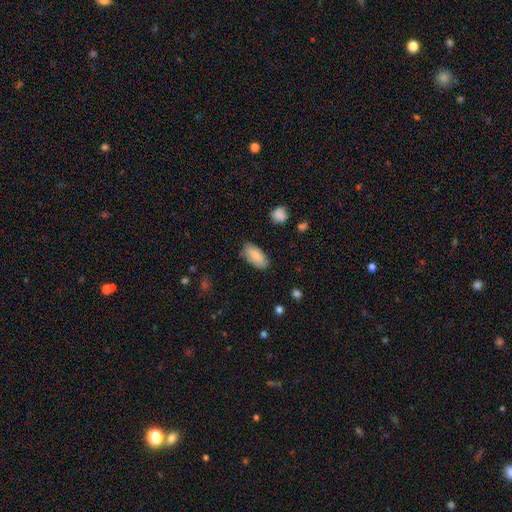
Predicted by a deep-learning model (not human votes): Morphology: type=smooth (83%); roundness=in between (92%); merging=none (81%).